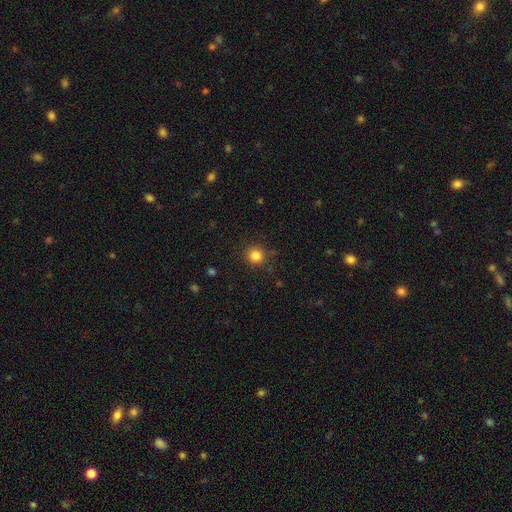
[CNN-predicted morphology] type=smooth (84%); roundness=round (94%); merging=none (89%).